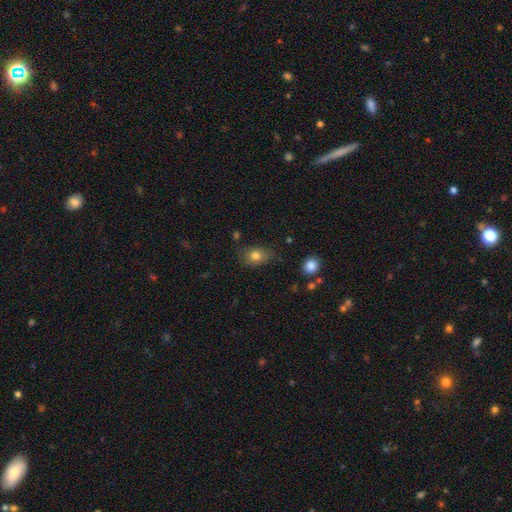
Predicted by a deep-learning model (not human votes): Smooth or featured? smooth (80%)
How rounded? in between (66%)
Merging? none (69%)